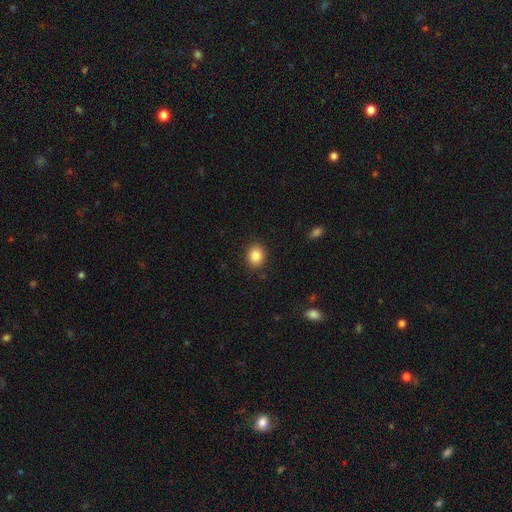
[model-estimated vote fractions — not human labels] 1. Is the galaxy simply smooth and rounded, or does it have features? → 85% smooth, 9% star or artifact, 5% featured or disk.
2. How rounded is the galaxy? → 64% round, 35% in between, 1% cigar-shaped.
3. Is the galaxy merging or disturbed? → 89% none, 7% minor disturbance, 2% major disturbance, 1% merger.